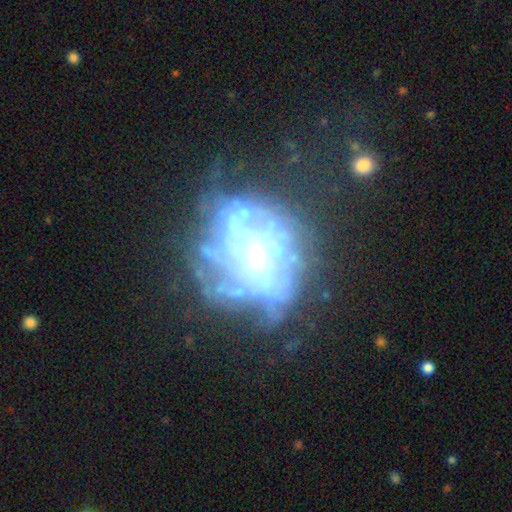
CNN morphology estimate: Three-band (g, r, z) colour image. It shows a featured or disk galaxy (71%) with no bar (63%), no spiral arms (61%) and a moderate central bulge (50%). Merging: none (43%).